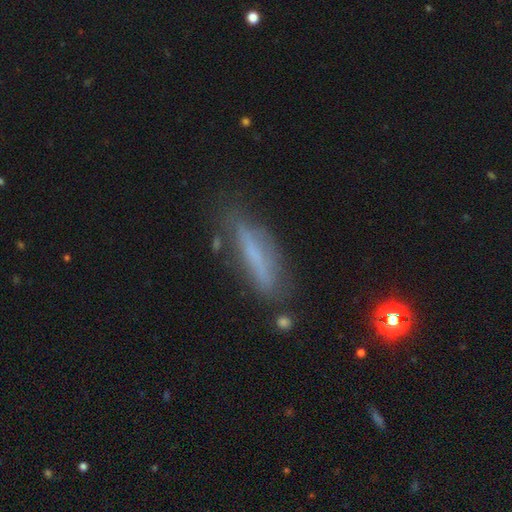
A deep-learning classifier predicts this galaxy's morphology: Q: Smooth or featured?
A: smooth (52%); runner-up: featured or disk (38%)
Q: How rounded?
A: cigar-shaped (79%); runner-up: in between (19%)
Q: Merging?
A: none (69%); runner-up: minor disturbance (20%)